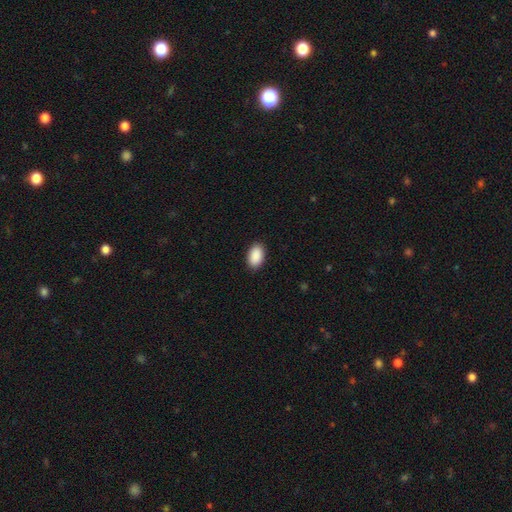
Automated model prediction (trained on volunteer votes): Morphology: type=smooth (91%); roundness=in between (94%); merging=none (90%).